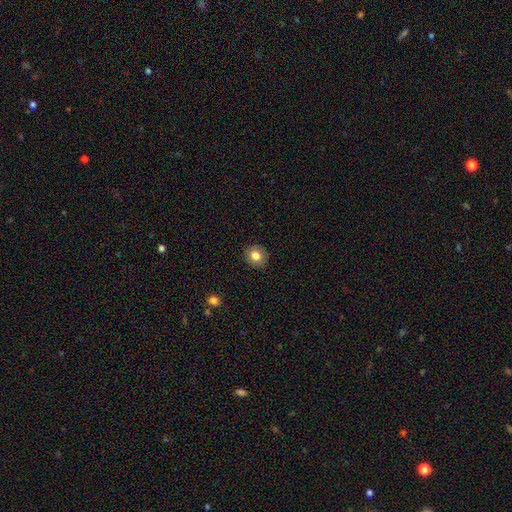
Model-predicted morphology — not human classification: Smooth or featured: smooth — 81% (star or artifact — 10%)
How rounded: round — 82% (in between — 17%)
Merging: none — 90% (minor disturbance — 7%)